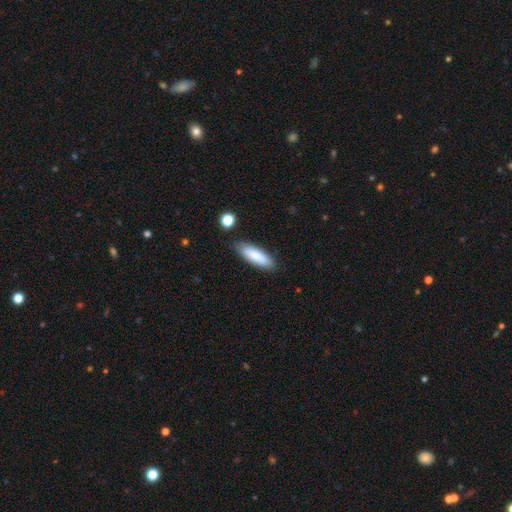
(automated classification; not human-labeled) A smooth galaxy with no disk features (85%) that is in between round and cigar-shaped (55%).

Vote fractions:
- Smooth or featured? smooth: 85% / featured or disk: 8% / star or artifact: 6%
- How rounded? in between: 55% / cigar-shaped: 43% / round: 2%
- Merging? none: 83% / minor disturbance: 12% / major disturbance: 3% / merger: 2%